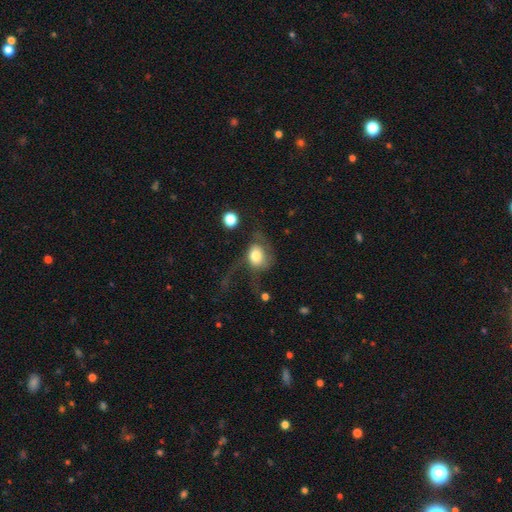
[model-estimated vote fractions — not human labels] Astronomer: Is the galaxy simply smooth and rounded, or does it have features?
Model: smooth — 59%.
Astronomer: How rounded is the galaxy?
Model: in between — 50% (runner-up: round, 48%).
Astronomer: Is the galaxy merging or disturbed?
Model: major disturbance — 55%.